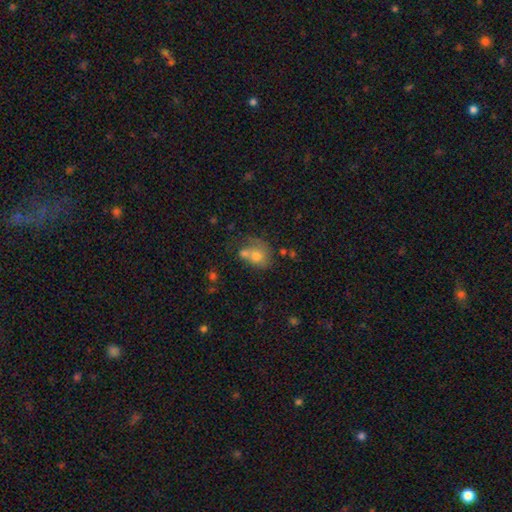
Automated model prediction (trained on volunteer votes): This appears to be a smooth galaxy with no disk features (67%) that is round (56%). Merging: merger (39%).